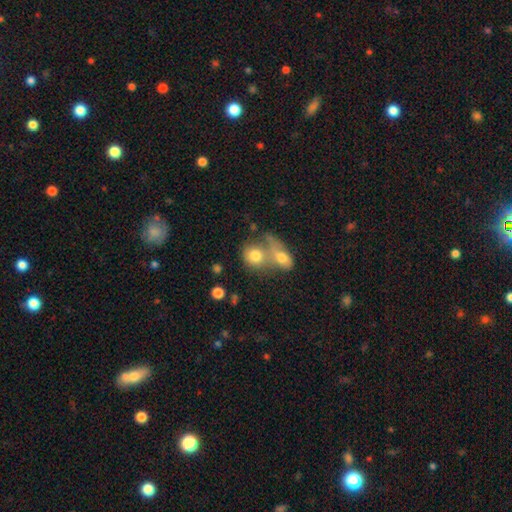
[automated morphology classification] A smooth galaxy with no disk features (76%) that is round (64%).

Vote fractions:
- Smooth or featured? smooth: 76% / featured or disk: 15% / star or artifact: 9%
- How rounded? round: 64% / in between: 34% / cigar-shaped: 2%
- Merging? merger: 61% / none: 24% / minor disturbance: 8% / major disturbance: 7%